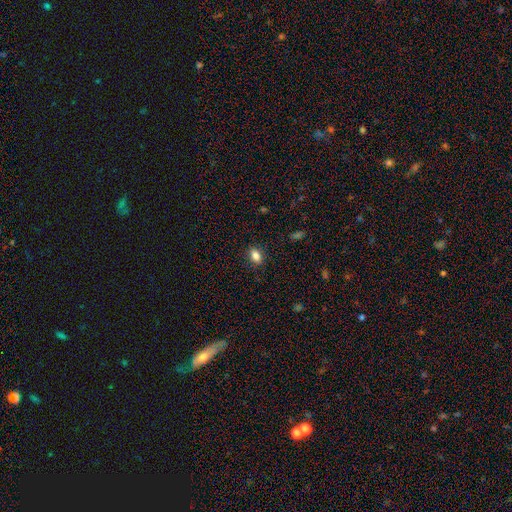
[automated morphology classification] The model was most divided on "how rounded": in between: 79%, round: 19%, cigar-shaped: 2%. More confident: merging — none (87%); smooth or featured — smooth (85%).